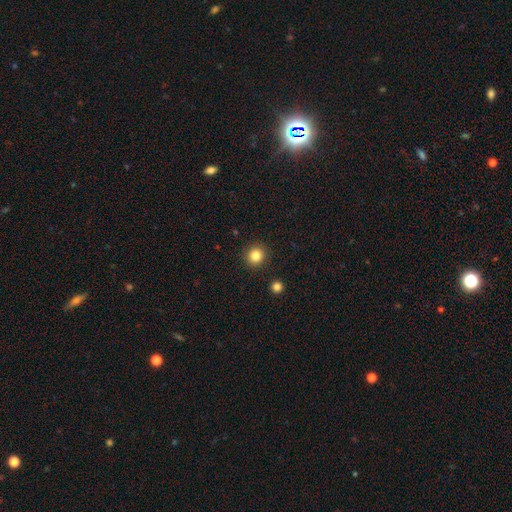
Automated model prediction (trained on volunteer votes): The model was most divided on "smooth or featured": smooth: 83%, star or artifact: 12%, featured or disk: 5%. More confident: merging — none (92%); how rounded — round (91%).